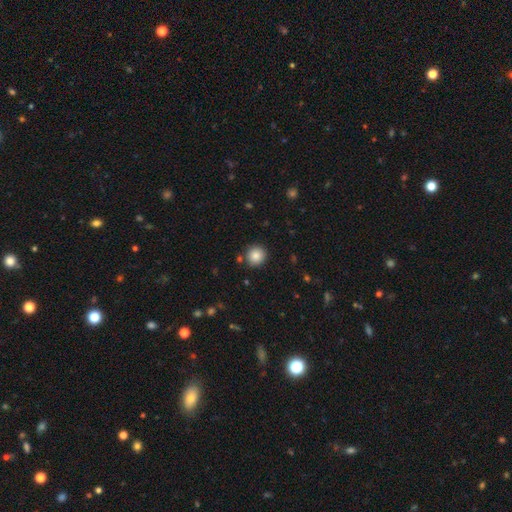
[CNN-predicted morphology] The model was most divided on "smooth or featured": smooth: 86%, star or artifact: 10%, featured or disk: 5%. More confident: how rounded — round (93%); merging — none (88%).